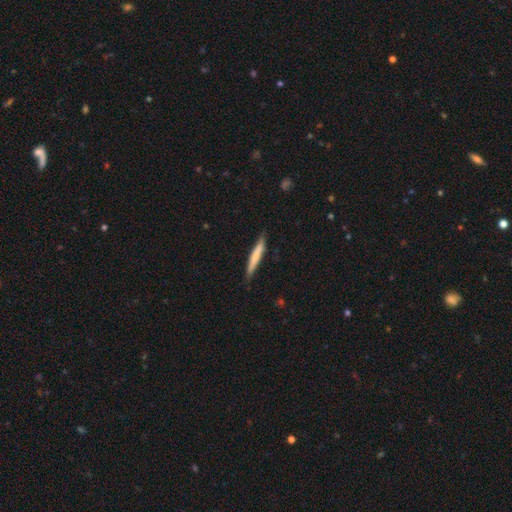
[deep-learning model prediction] smooth-or-featured: smooth: 64% | featured or disk: 31% | star or artifact: 5%
  how-rounded: cigar-shaped: 94% | in between: 4% | round: 1%
  merging: none: 83% | minor disturbance: 14% | major disturbance: 2% | merger: 1%